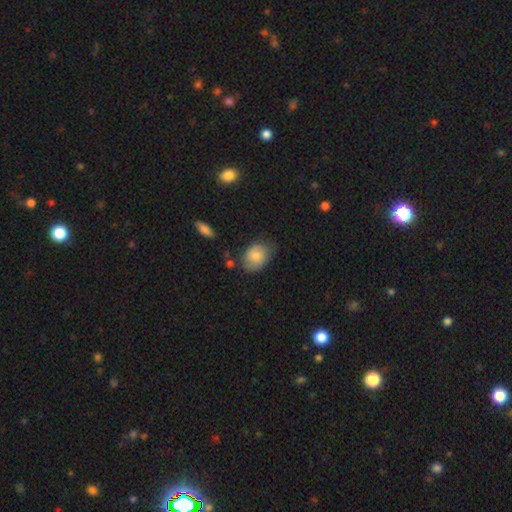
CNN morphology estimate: This is likely a smooth galaxy (80%). How rounded: likely in between (69%). Merging: likely none (64%).